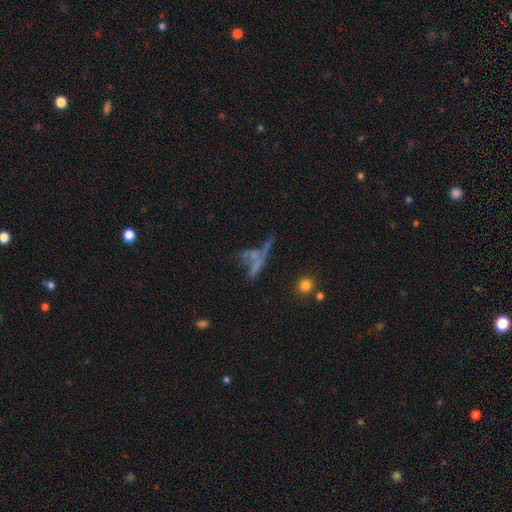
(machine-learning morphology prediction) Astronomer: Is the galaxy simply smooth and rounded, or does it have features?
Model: featured or disk — 43% (runner-up: smooth, 35%).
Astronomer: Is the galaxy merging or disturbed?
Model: merger — 34% (runner-up: none, 33%).